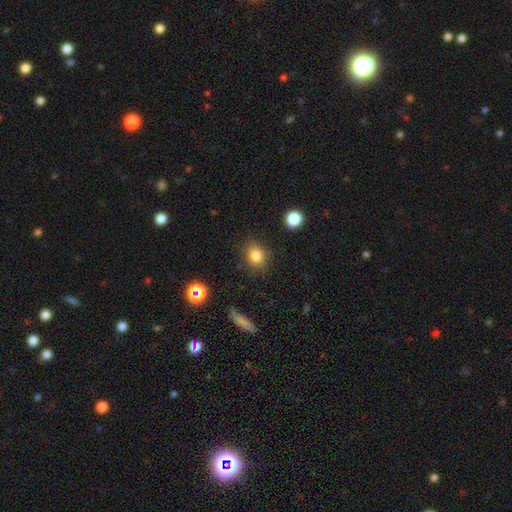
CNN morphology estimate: Smooth or featured?
  - smooth: 82% *
  - star or artifact: 12%
  - featured or disk: 6%
How rounded?
  - round: 67% *
  - in between: 32%
  - cigar-shaped: 1%
Merging?
  - none: 85% *
  - minor disturbance: 9%
  - major disturbance: 3%
  - merger: 2%